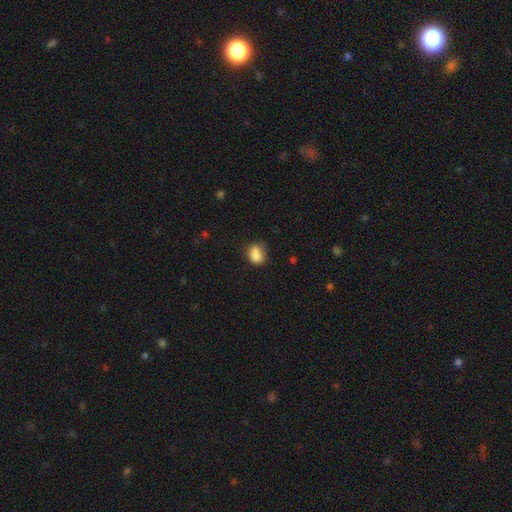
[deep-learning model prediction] This appears to be a smooth galaxy with no disk features (84%) that is in between round and cigar-shaped (56%). Merging: none (59%).